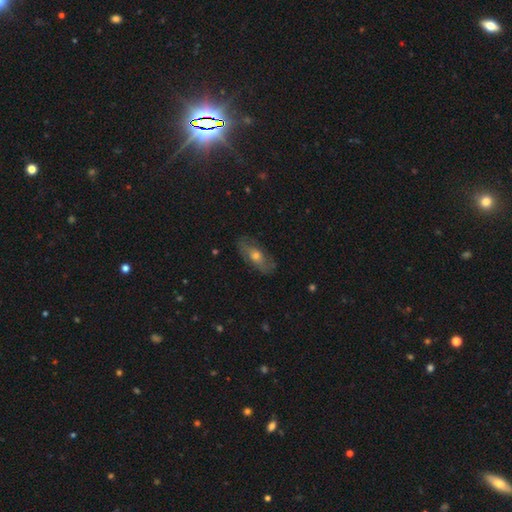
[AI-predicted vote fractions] A featured or disk galaxy (54%).

Vote fractions:
- Smooth or featured? featured or disk: 54% / smooth: 36% / star or artifact: 10%
- Edge-on disk? no: 73% / yes: 27%
- Merging? none: 78% / minor disturbance: 16% / major disturbance: 5% / merger: 1%